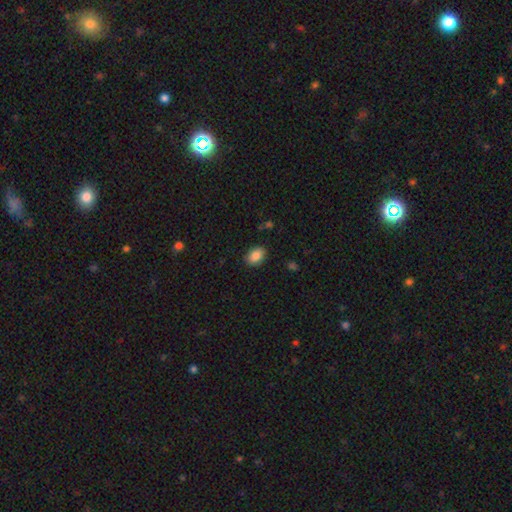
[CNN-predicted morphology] smooth_or_featured: smooth (p=0.87) [alt: star or artifact p=0.08]
how_rounded: in between (p=0.79) [alt: round p=0.20]
merging: none (p=0.87) [alt: minor disturbance p=0.09]